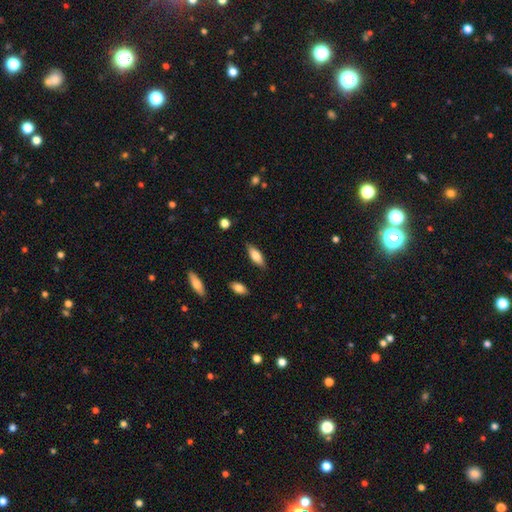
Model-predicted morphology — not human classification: Smooth or featured: smooth — 71% (featured or disk — 22%)
How rounded: in between — 68% (cigar-shaped — 29%)
Merging: none — 84% (minor disturbance — 12%)